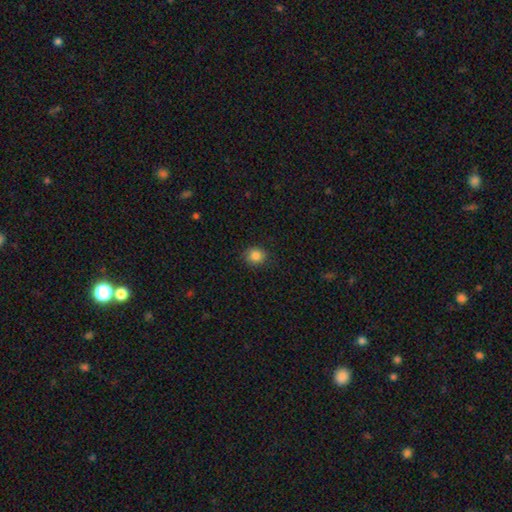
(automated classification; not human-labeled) smooth 85%, star or artifact 11%, featured or disk 4%. Down the decision tree: how rounded — round (73%); merging — none (87%).